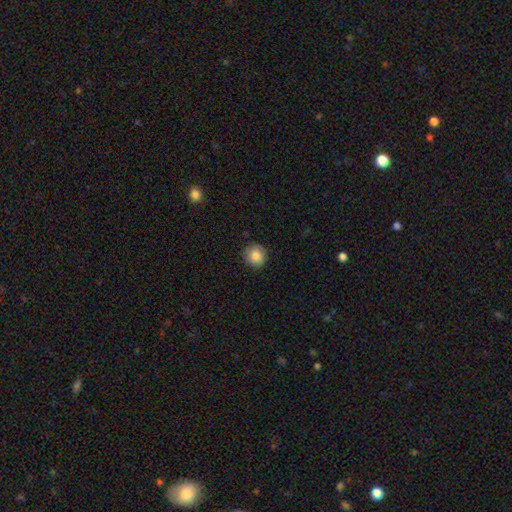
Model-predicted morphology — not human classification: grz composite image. It shows a smooth galaxy with no disk features (86%) that is round (90%). Merging: none (87%).